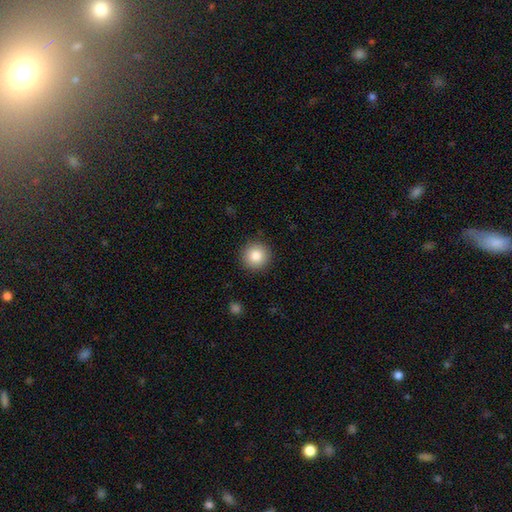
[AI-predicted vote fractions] The model was most divided on "smooth or featured": smooth: 85%, star or artifact: 9%, featured or disk: 6%. More confident: how rounded — round (95%); merging — none (91%).